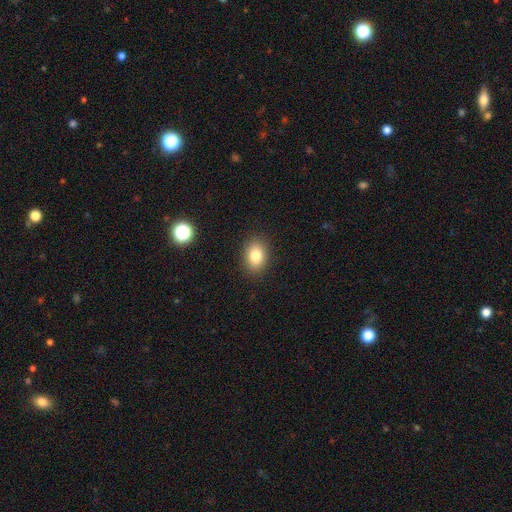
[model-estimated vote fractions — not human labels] Smooth or featured? Predicted: smooth (p=0.82). How rounded? Predicted: in between (p=0.71). Merging? Predicted: none (p=0.88).